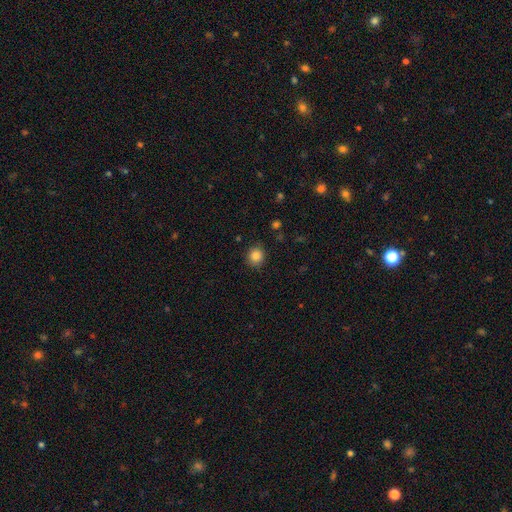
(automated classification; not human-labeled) A smooth galaxy with no disk features (84%) that is round (87%).

Vote fractions:
- Smooth or featured? smooth: 84% / star or artifact: 11% / featured or disk: 5%
- How rounded? round: 87% / in between: 12% / cigar-shaped: 1%
- Merging? none: 88% / minor disturbance: 9% / major disturbance: 2% / merger: 1%